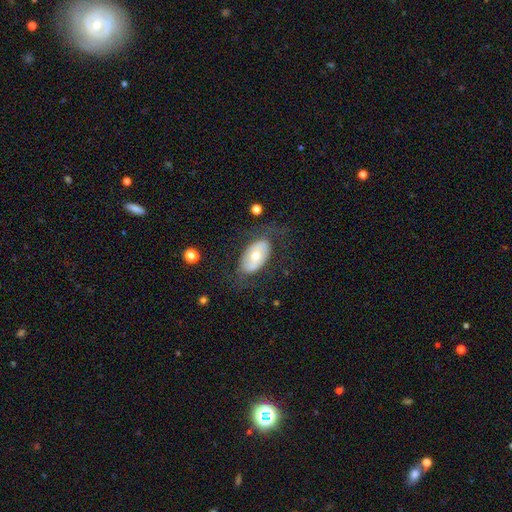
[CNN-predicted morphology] smooth-or-featured: smooth: 49% | featured or disk: 45% | star or artifact: 6%
  merging: none: 66% | minor disturbance: 18% | major disturbance: 14% | merger: 2%